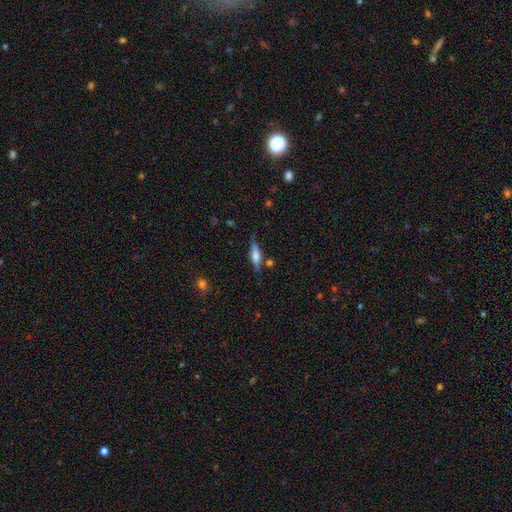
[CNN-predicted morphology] A featured or disk galaxy (48%). Merging: none (74%).